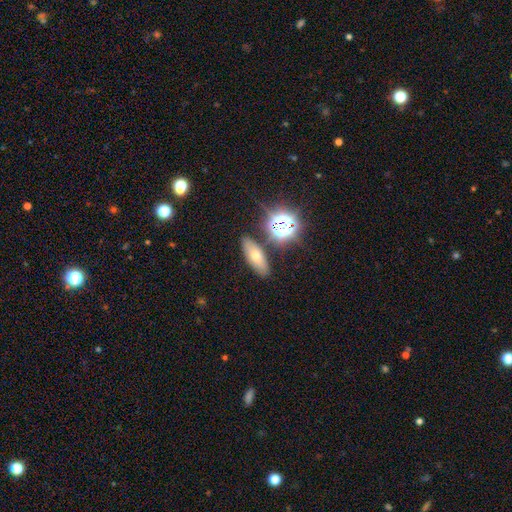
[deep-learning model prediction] Smooth or featured? smooth (53%)
How rounded? in between (62%)
Merging? none (83%)